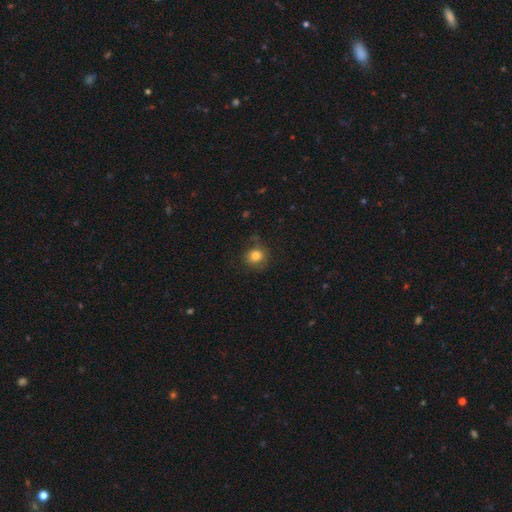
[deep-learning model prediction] Smooth or featured? Predicted: smooth (p=0.82). How rounded? Predicted: round (p=0.85). Merging? Predicted: none (p=0.75).